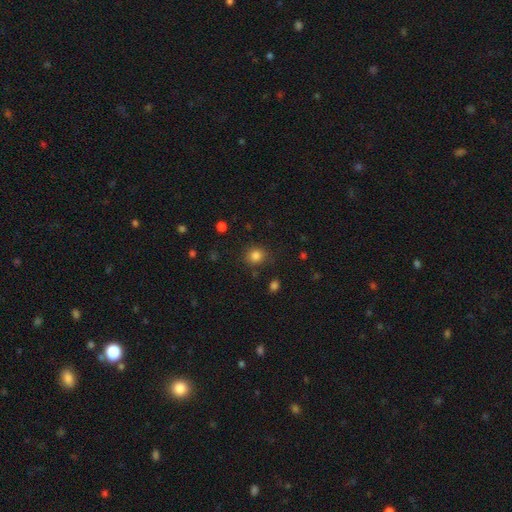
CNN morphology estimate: Smooth or featured? smooth (83%)
How rounded? round (79%)
Merging? none (81%)